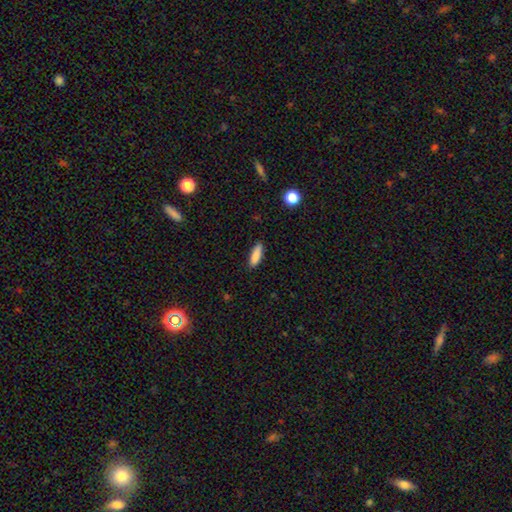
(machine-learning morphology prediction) Smooth or featured: smooth — 87% (star or artifact — 7%)
How rounded: in between — 50% (cigar-shaped — 48%)
Merging: none — 86% (minor disturbance — 11%)